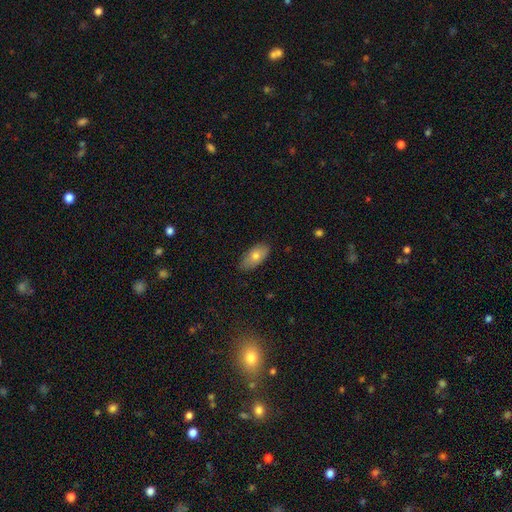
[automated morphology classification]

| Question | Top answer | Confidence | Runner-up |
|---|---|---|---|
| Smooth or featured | smooth | 72% | featured or disk (20%) |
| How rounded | in between | 90% | cigar-shaped (6%) |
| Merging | none | 85% | minor disturbance (12%) |